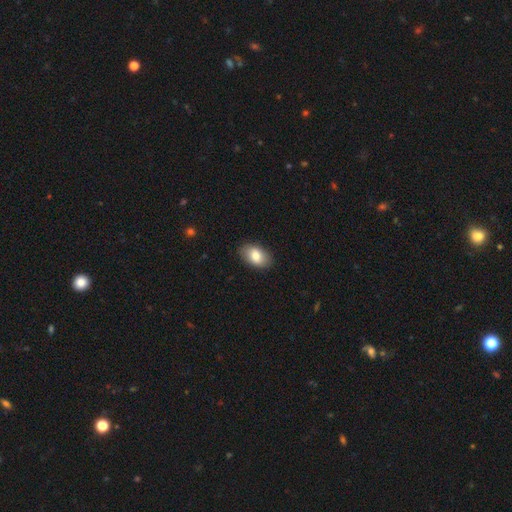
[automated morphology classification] Smooth or featured? Predicted: smooth (p=0.81). How rounded? Predicted: in between (p=0.91). Merging? Predicted: none (p=0.87).